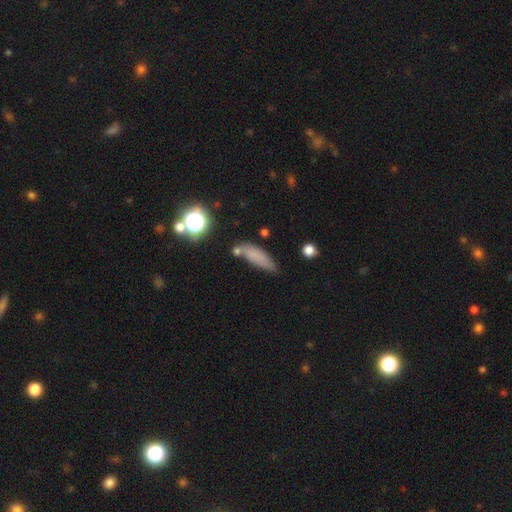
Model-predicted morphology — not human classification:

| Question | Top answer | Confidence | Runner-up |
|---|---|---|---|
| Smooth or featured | smooth | 74% | featured or disk (13%) |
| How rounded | cigar-shaped | 50% | in between (46%) |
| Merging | none | 59% | minor disturbance (24%) |